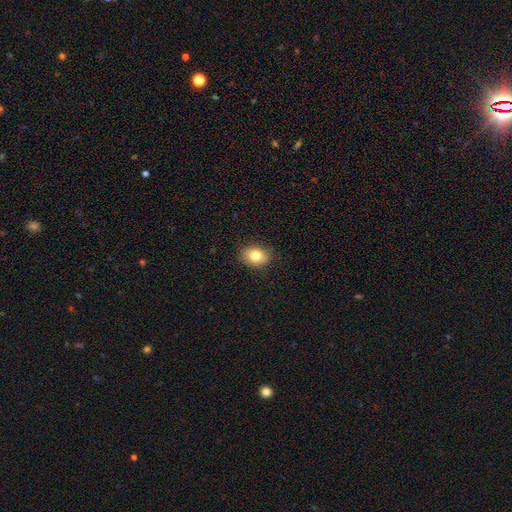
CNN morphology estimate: smooth-or-featured: smooth: 81% | featured or disk: 10% | star or artifact: 9%
  how-rounded: in between: 67% | round: 32% | cigar-shaped: 1%
  merging: none: 87% | minor disturbance: 10% | major disturbance: 2% | merger: 1%